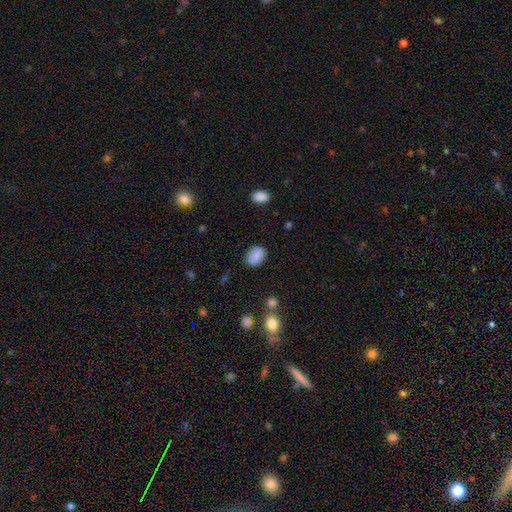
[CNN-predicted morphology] Smooth or featured?
  - smooth: 87% *
  - star or artifact: 8%
  - featured or disk: 5%
How rounded?
  - in between: 74% *
  - round: 25%
  - cigar-shaped: 1%
Merging?
  - none: 84% *
  - minor disturbance: 12%
  - major disturbance: 3%
  - merger: 2%